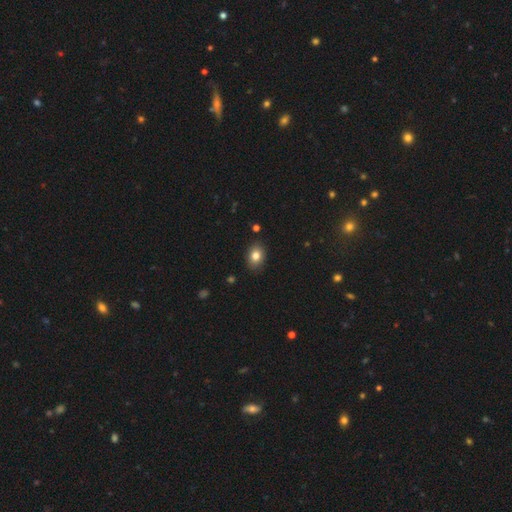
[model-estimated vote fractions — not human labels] A smooth galaxy with no disk features (81%) that is in between round and cigar-shaped (71%). Merging: none (86%).